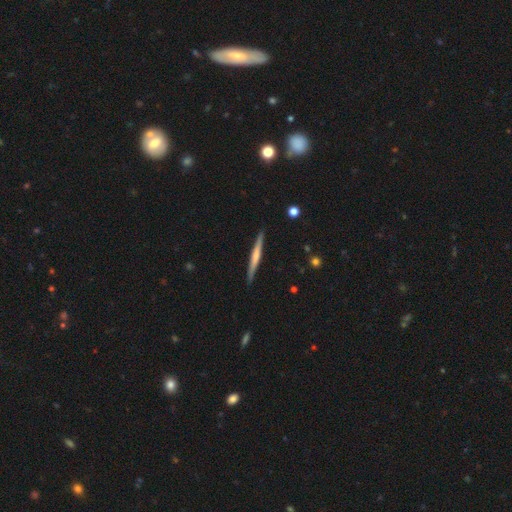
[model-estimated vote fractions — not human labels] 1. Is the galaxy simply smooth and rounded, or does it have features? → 54% featured or disk, 41% smooth, 5% star or artifact.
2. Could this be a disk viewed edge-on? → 97% yes, 3% no.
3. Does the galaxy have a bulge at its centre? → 49% none, 40% rounded, 12% boxy.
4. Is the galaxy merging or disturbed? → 90% none, 7% minor disturbance, 1% major disturbance, 1% merger.